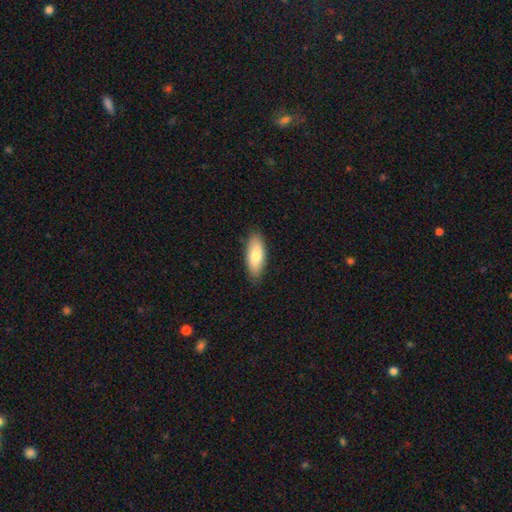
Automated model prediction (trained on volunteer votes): smooth 78%, featured or disk 16%, star or artifact 6%. Down the decision tree: how rounded — in between (78%); merging — none (86%).